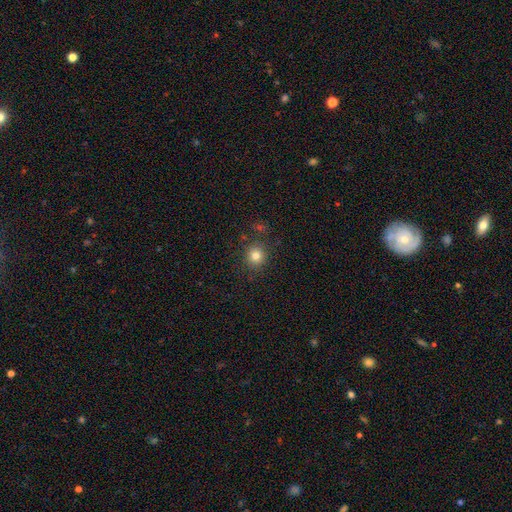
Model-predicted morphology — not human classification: Overall: smooth (81%). How rounded: round (90%). Merging: none (85%).